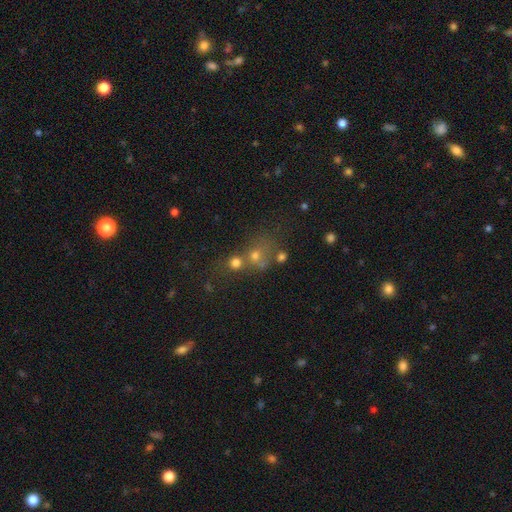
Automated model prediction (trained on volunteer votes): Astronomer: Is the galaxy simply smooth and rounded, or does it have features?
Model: smooth — 62%.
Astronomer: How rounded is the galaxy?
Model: round — 76%.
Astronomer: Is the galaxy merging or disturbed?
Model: merger — 47% (runner-up: none, 38%).